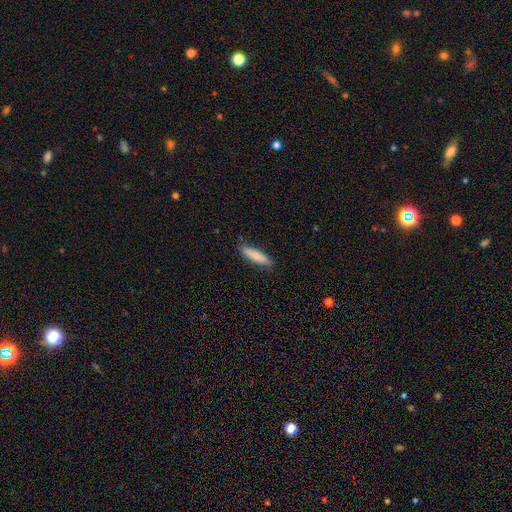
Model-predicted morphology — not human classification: Smooth or featured: smooth — 81% (featured or disk — 13%)
How rounded: cigar-shaped — 75% (in between — 24%)
Merging: none — 86% (minor disturbance — 11%)